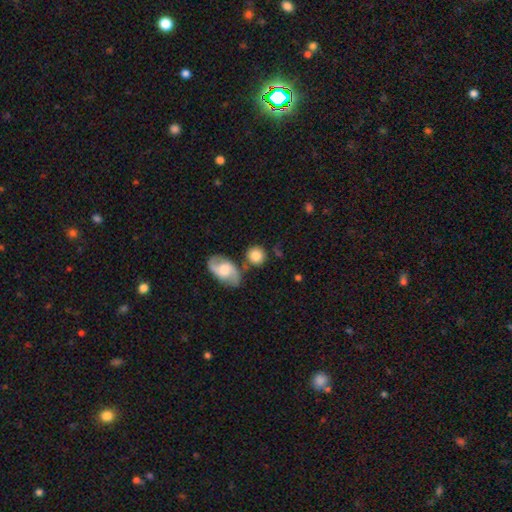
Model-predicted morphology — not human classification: This is likely a smooth galaxy (75%). How rounded: clearly round (84%). Merging: likely none (69%).